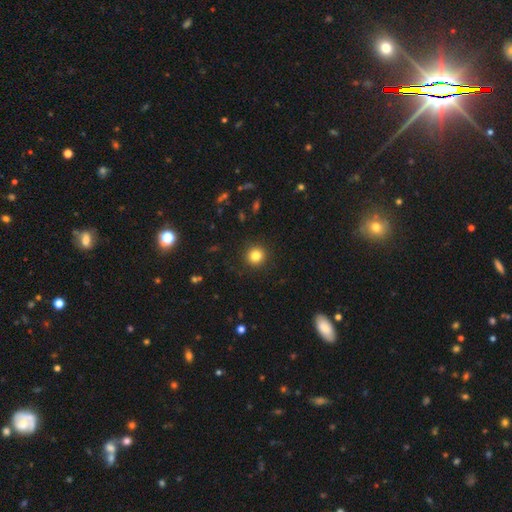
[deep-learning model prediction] Q: Smooth or featured?
A: smooth (82%); runner-up: star or artifact (12%)
Q: How rounded?
A: round (95%); runner-up: in between (4%)
Q: Merging?
A: none (92%); runner-up: minor disturbance (5%)